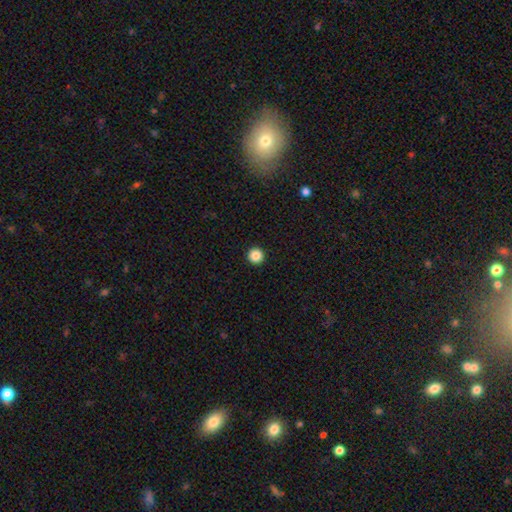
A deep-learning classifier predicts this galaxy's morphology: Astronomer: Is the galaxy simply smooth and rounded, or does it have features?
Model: smooth — 87%.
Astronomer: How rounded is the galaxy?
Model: round — 97%.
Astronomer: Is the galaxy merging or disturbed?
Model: none — 95%.